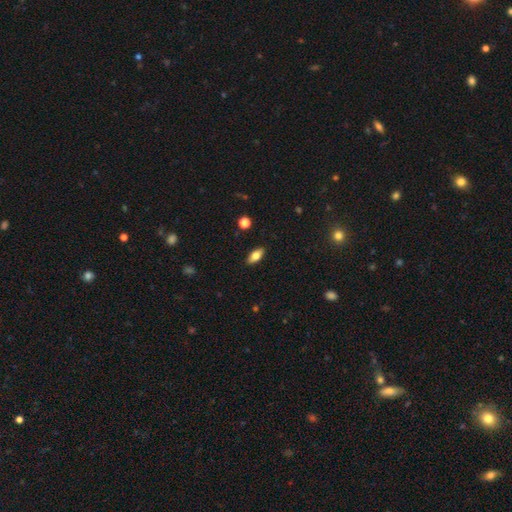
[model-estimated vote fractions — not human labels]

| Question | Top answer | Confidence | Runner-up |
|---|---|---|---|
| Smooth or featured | smooth | 71% | featured or disk (21%) |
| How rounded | in between | 85% | cigar-shaped (12%) |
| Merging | none | 89% | minor disturbance (8%) |